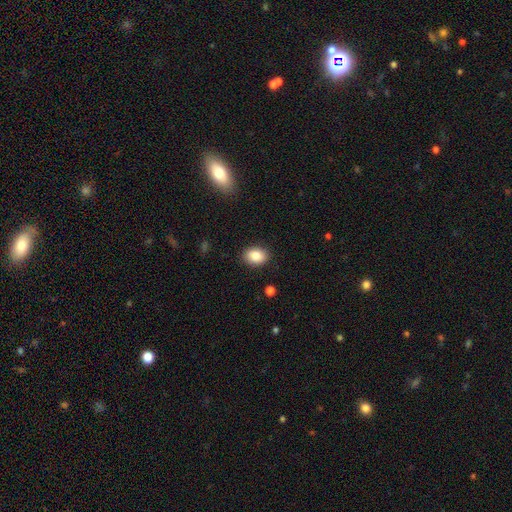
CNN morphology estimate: Smooth or featured?
  - smooth: 86% *
  - star or artifact: 8%
  - featured or disk: 6%
How rounded?
  - in between: 70% *
  - round: 29%
  - cigar-shaped: 1%
Merging?
  - none: 88% *
  - minor disturbance: 8%
  - major disturbance: 2%
  - merger: 1%